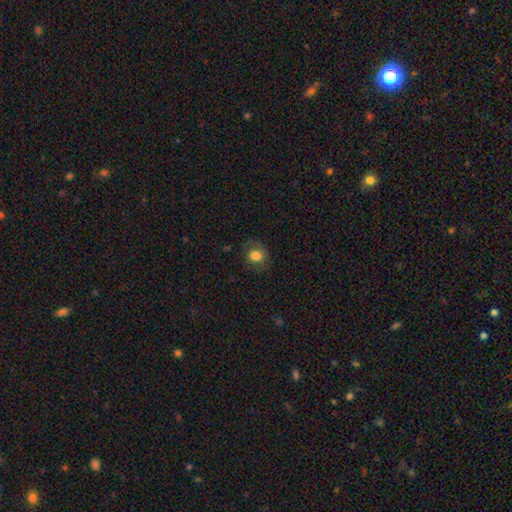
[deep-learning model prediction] The model was most divided on "how rounded": round: 60%, in between: 39%, cigar-shaped: 1%. More confident: smooth or featured — smooth (76%); merging — none (75%).